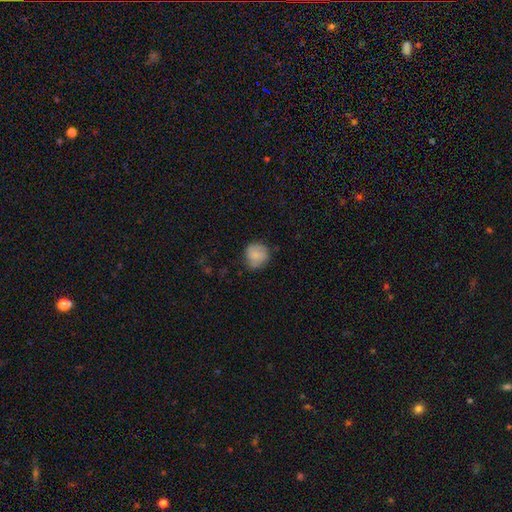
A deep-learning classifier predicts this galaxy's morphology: smooth_or_featured: smooth (p=0.81) [alt: featured or disk p=0.11]
how_rounded: round (p=0.88) [alt: in between p=0.12]
merging: none (p=0.72) [alt: minor disturbance p=0.21]